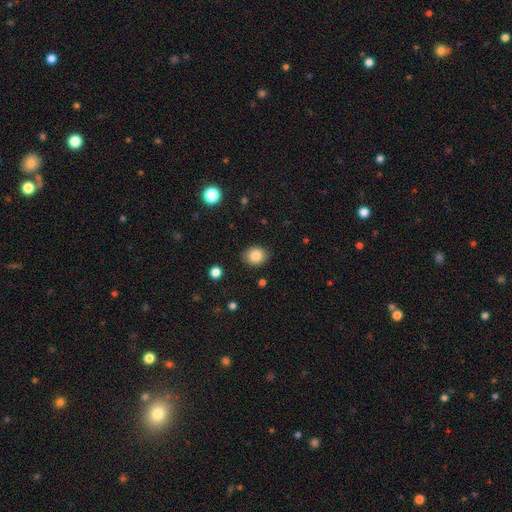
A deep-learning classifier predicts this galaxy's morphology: Q: Smooth or featured?
A: smooth (86%); runner-up: star or artifact (9%)
Q: How rounded?
A: round (65%); runner-up: in between (34%)
Q: Merging?
A: none (86%); runner-up: minor disturbance (10%)